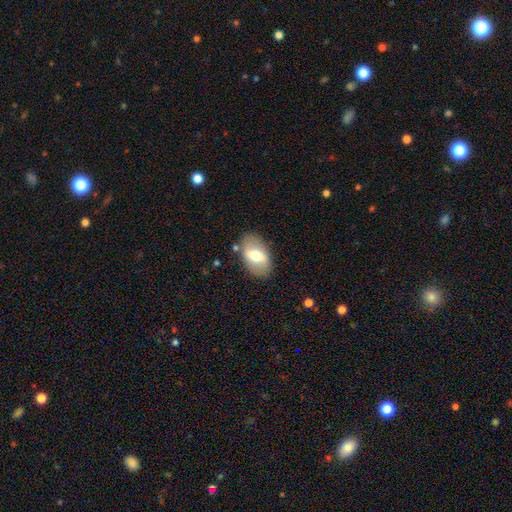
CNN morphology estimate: Smooth or featured?
  - smooth: 54% *
  - featured or disk: 39%
  - star or artifact: 7%
How rounded?
  - in between: 89% *
  - round: 9%
  - cigar-shaped: 2%
Merging?
  - none: 80% *
  - minor disturbance: 13%
  - major disturbance: 4%
  - merger: 3%